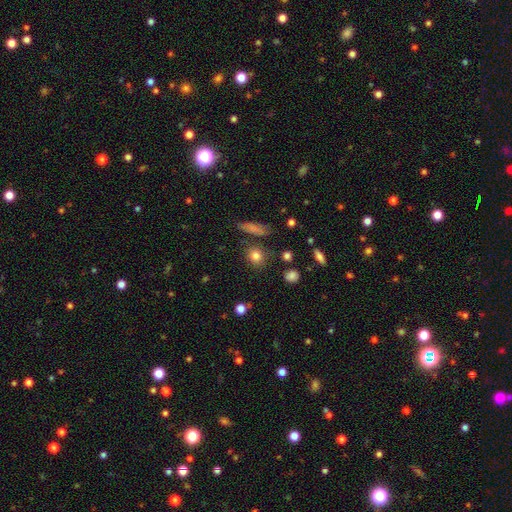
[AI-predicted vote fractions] Smooth or featured? Predicted: smooth (p=0.82). How rounded? Predicted: round (p=0.76). Merging? Predicted: none (p=0.80).